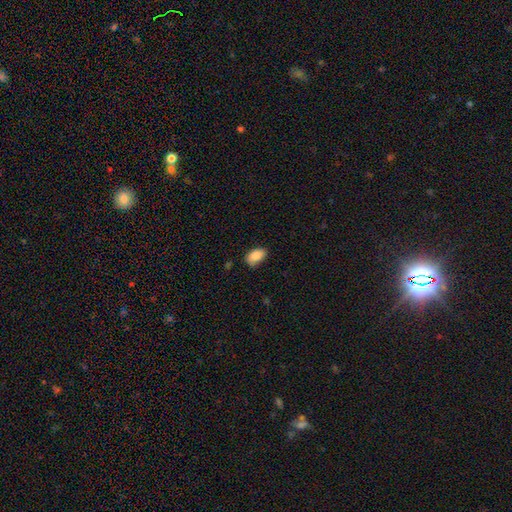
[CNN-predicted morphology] A smooth galaxy with no disk features (87%) that is in between round and cigar-shaped (91%).

Vote fractions:
- Smooth or featured? smooth: 87% / star or artifact: 7% / featured or disk: 6%
- How rounded? in between: 91% / round: 7% / cigar-shaped: 2%
- Merging? none: 71% / minor disturbance: 24% / major disturbance: 4% / merger: 2%